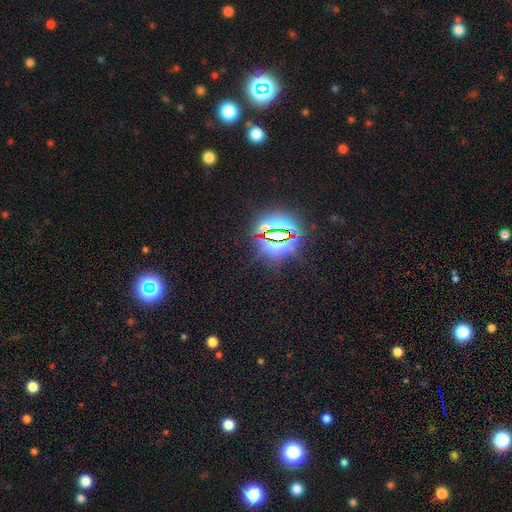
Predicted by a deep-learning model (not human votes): smooth-or-featured: star or artifact: 81% | smooth: 12% | featured or disk: 7%